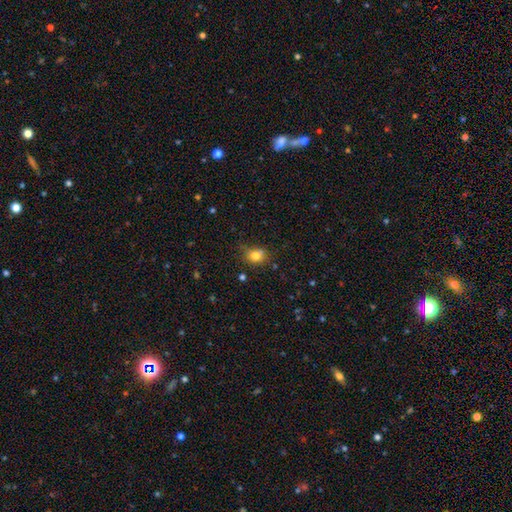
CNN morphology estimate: A smooth galaxy with no disk features (79%) that is round (61%).

Vote fractions:
- Smooth or featured? smooth: 79% / star or artifact: 13% / featured or disk: 8%
- How rounded? round: 61% / in between: 38% / cigar-shaped: 1%
- Merging? none: 62% / minor disturbance: 22% / merger: 10% / major disturbance: 6%